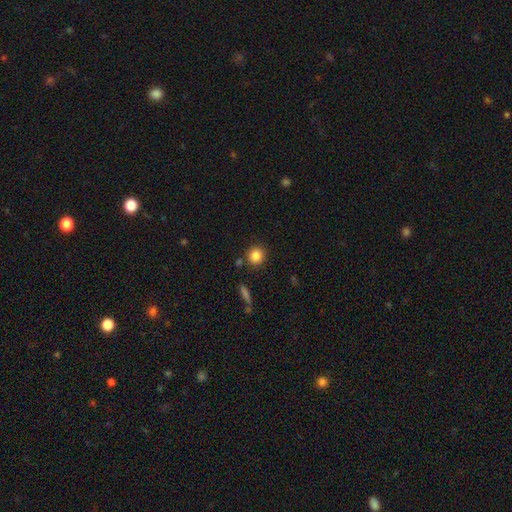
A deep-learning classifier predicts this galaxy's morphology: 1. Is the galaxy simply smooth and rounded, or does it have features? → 85% smooth, 10% star or artifact, 5% featured or disk.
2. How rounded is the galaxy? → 89% round, 9% in between, 1% cigar-shaped.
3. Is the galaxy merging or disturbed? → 85% none, 8% minor disturbance, 5% merger, 3% major disturbance.